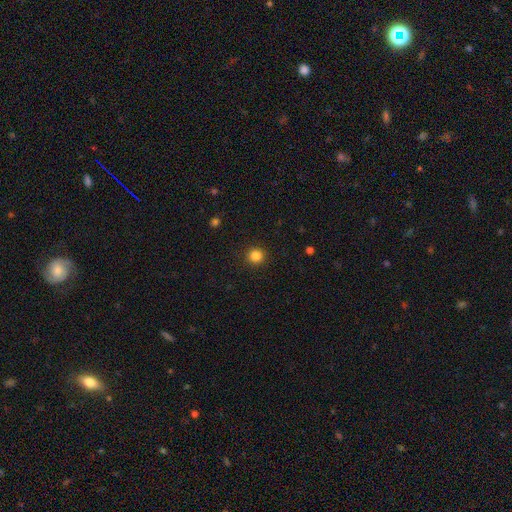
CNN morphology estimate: smooth 85%, star or artifact 12%, featured or disk 4%. Down the decision tree: how rounded — round (94%); merging — none (92%).